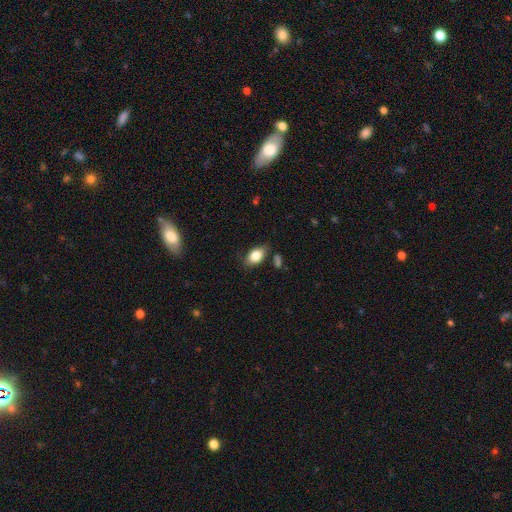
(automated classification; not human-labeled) Overall: smooth (81%). How rounded: in between (86%). Merging: none (74%).